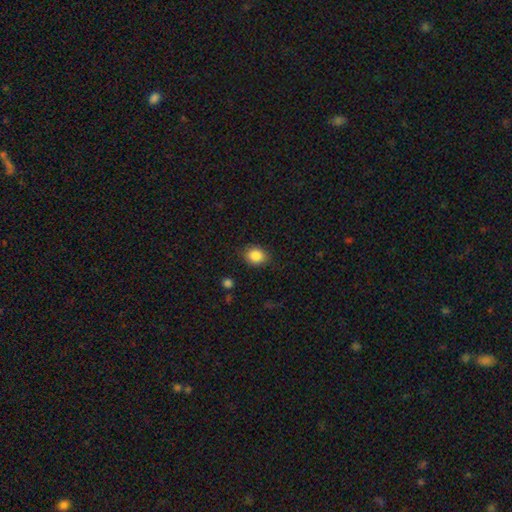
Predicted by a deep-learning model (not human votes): Overall: smooth (86%). How rounded: round (57%; in between 42%). Merging: none (85%).